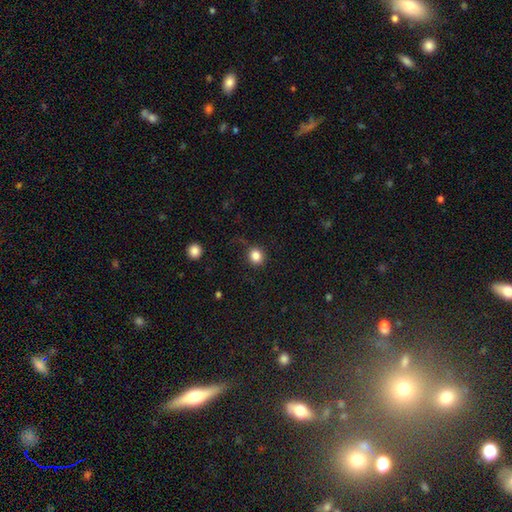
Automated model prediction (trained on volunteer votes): Overall: smooth (84%). How rounded: round (84%). Merging: none (83%).